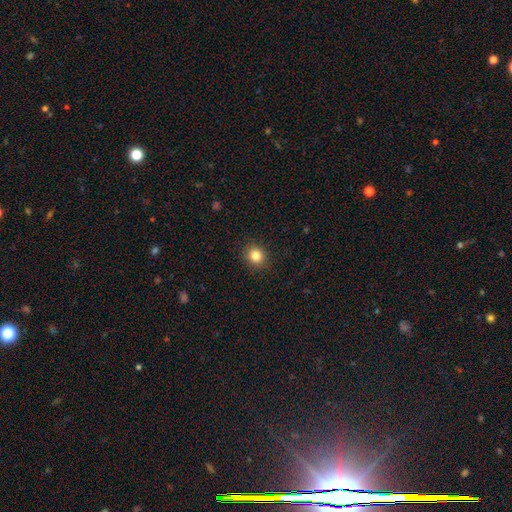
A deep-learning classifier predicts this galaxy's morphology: This is clearly a smooth galaxy (83%). How rounded: clearly round (81%). Merging: clearly none (90%).